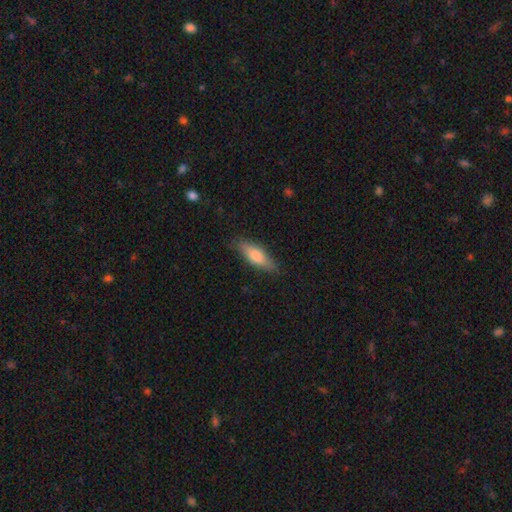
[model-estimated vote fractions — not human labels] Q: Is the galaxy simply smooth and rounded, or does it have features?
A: smooth — 71%.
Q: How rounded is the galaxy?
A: in between — 50%.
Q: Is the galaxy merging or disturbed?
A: none — 83%.